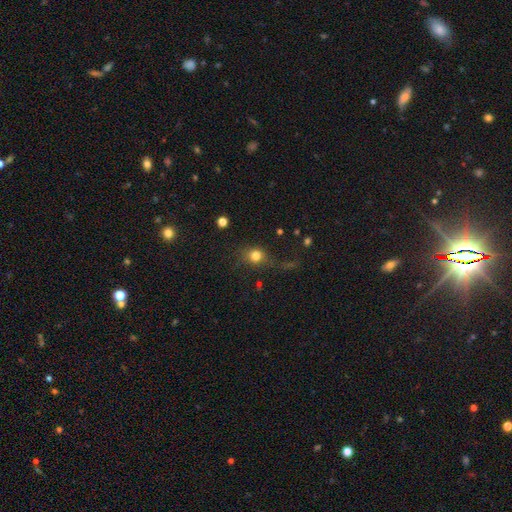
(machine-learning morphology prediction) Smooth or featured? Predicted: smooth (p=0.78). How rounded? Predicted: round (p=0.71). Merging? Predicted: none (p=0.62).